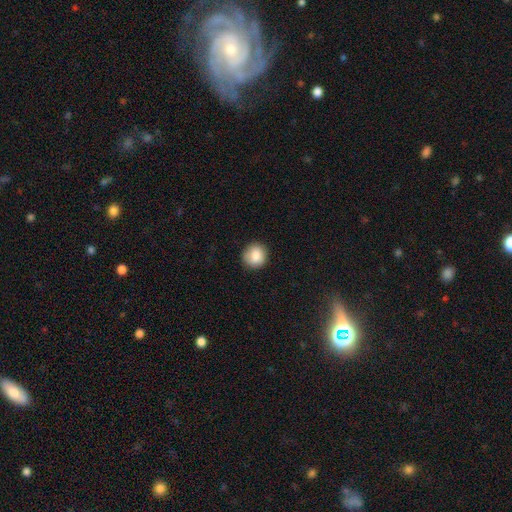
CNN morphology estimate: This is clearly a smooth galaxy (86%). How rounded: clearly round (86%). Merging: clearly none (86%).